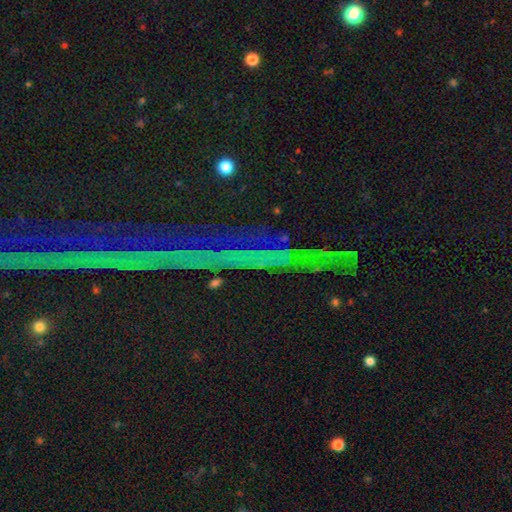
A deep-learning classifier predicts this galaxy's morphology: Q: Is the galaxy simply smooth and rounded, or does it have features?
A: star or artifact — 78%.